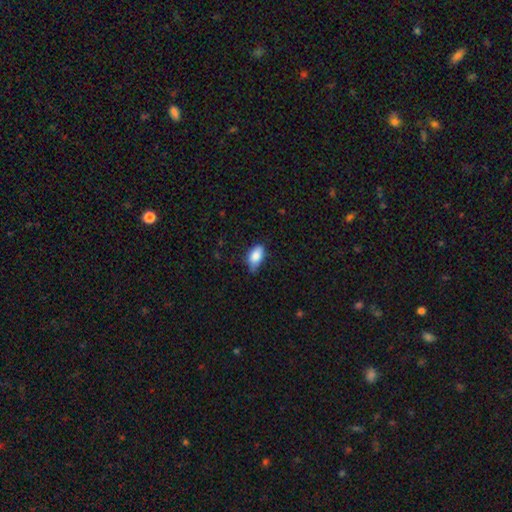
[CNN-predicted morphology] Smooth or featured? smooth (84%)
How rounded? in between (92%)
Merging? none (53%)